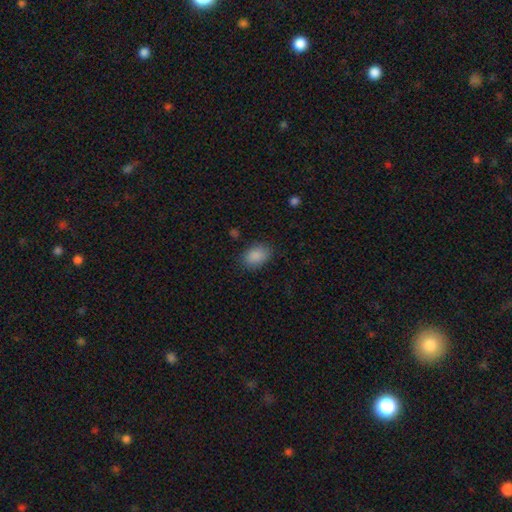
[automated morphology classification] This appears to be a smooth galaxy with no disk features (88%) that is in between round and cigar-shaped (82%). Merging: none (84%).